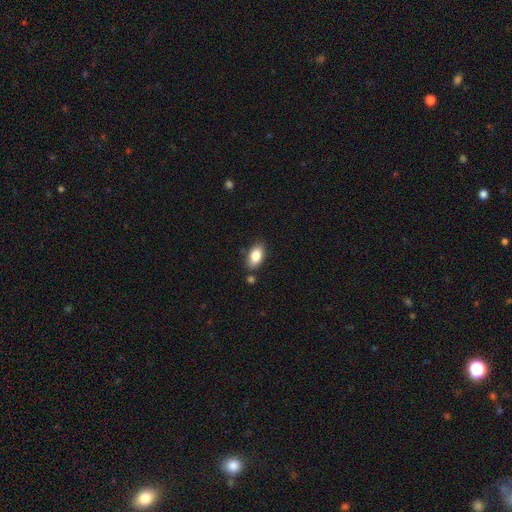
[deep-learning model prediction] smooth 85%, featured or disk 8%, star or artifact 7%. Down the decision tree: how rounded — in between (92%); merging — none (79%).